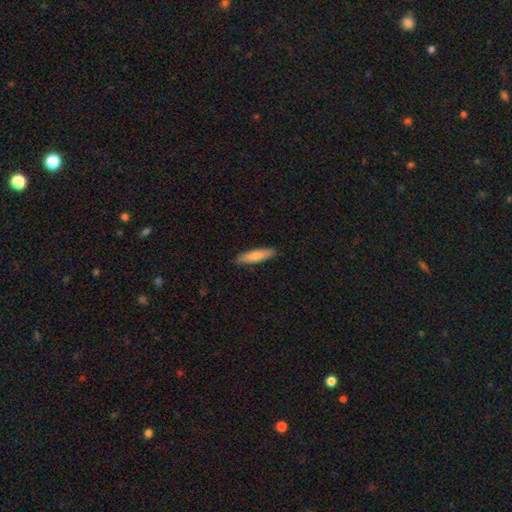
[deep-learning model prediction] Overall: smooth (77%). How rounded: cigar-shaped (74%). Merging: none (90%).